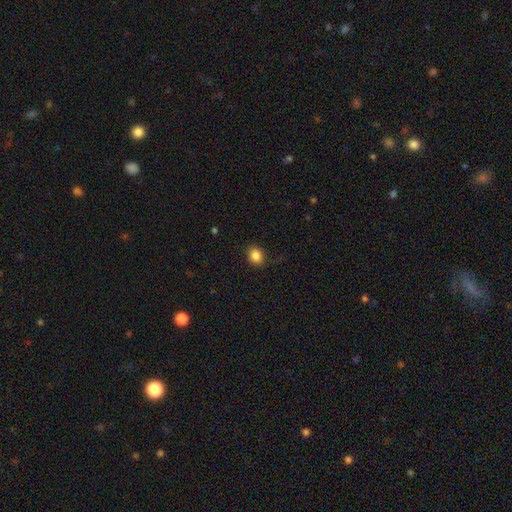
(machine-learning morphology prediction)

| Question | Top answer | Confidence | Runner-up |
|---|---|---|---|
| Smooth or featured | smooth | 84% | star or artifact (11%) |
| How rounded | round | 66% | in between (33%) |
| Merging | none | 82% | minor disturbance (13%) |